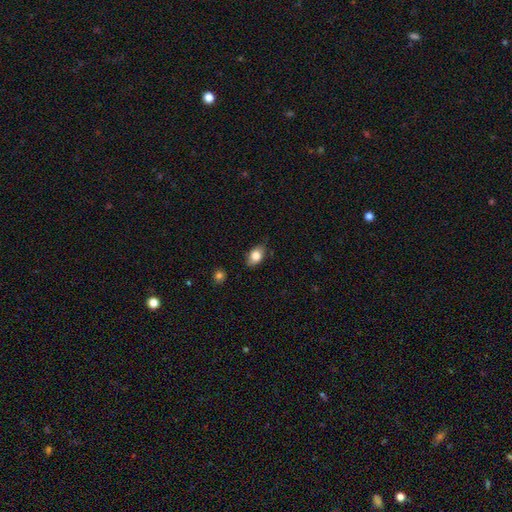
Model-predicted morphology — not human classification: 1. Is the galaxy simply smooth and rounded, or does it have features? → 81% smooth, 11% featured or disk, 8% star or artifact.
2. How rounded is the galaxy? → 83% in between, 15% round, 2% cigar-shaped.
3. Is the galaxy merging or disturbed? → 76% none, 19% minor disturbance, 3% major disturbance, 1% merger.